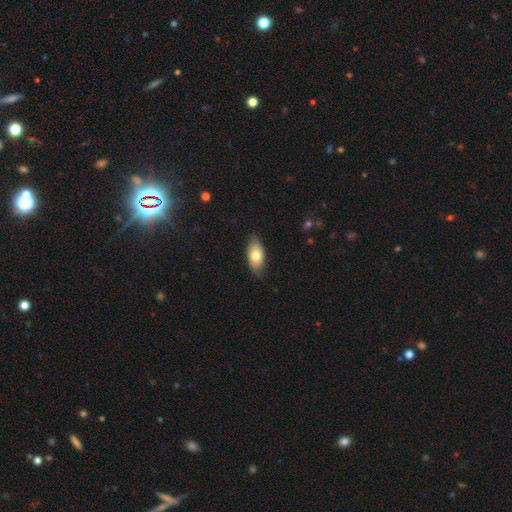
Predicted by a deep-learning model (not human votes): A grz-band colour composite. It shows a smooth galaxy with no disk features (73%) that is in between round and cigar-shaped (92%). Merging: none (76%).